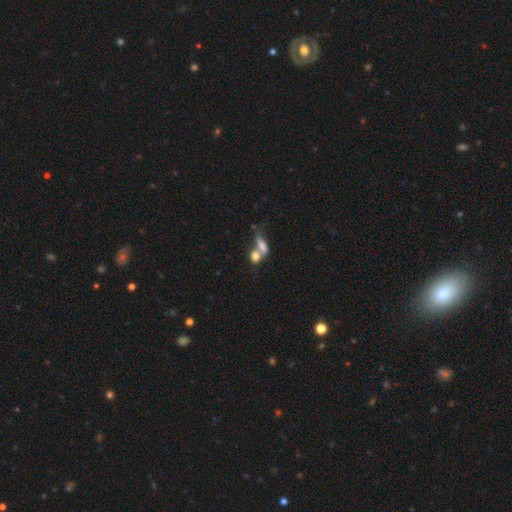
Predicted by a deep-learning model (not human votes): smooth_or_featured: smooth (p=0.74) [alt: featured or disk p=0.15]
how_rounded: in between (p=0.53) [alt: round p=0.36]
merging: merger (p=0.59) [alt: none p=0.25]